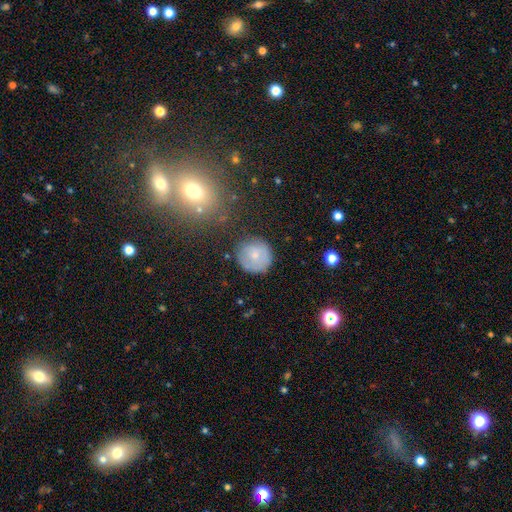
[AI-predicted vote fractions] The model was most divided on "smooth or featured": smooth: 64%, featured or disk: 27%, star or artifact: 8%. More confident: how rounded — round (94%); merging — none (78%).